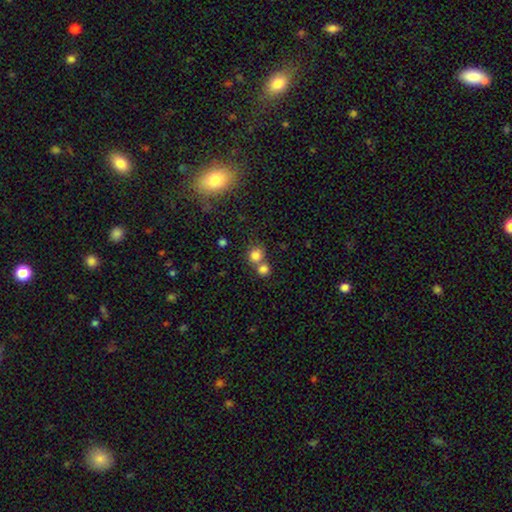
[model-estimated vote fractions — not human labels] A smooth galaxy with no disk features (79%) that is round (87%). Merging: none (50%).